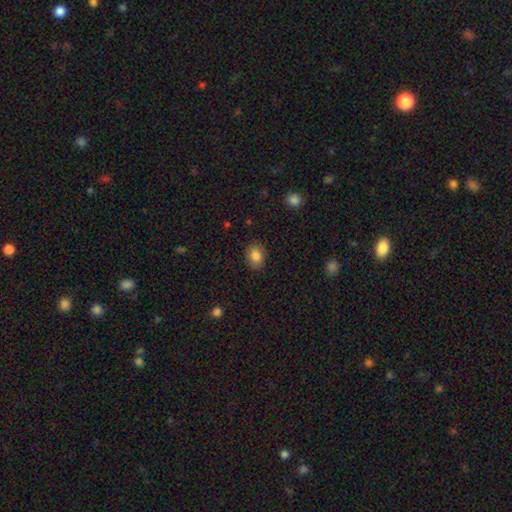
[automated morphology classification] The model was most divided on "how rounded": in between: 68%, round: 31%, cigar-shaped: 1%. More confident: merging — none (87%); smooth or featured — smooth (84%).